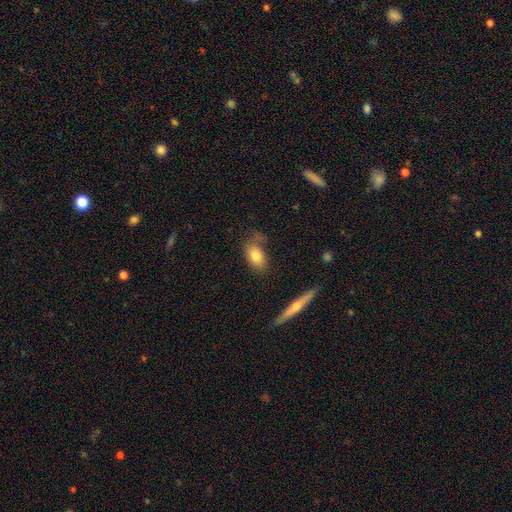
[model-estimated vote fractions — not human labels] The model was most divided on "merging": none: 63%, minor disturbance: 24%, major disturbance: 8%, merger: 6%. More confident: how rounded — in between (87%); smooth or featured — smooth (77%).